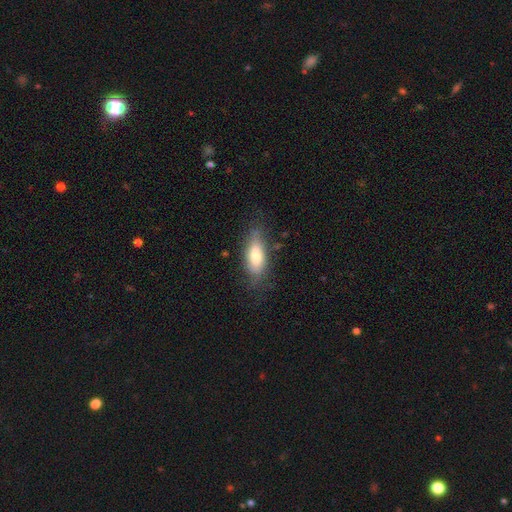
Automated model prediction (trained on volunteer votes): This is likely a smooth galaxy (70%). How rounded: likely in between (72%). Merging: likely none (67%).